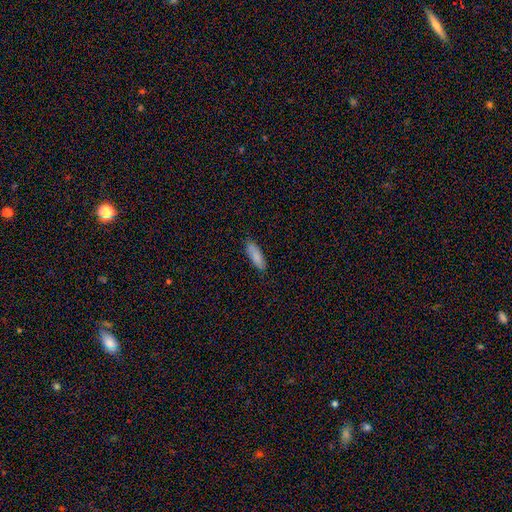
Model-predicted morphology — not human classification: A smooth galaxy with no disk features (85%) that is in between round and cigar-shaped (50%). Merging: none (84%).